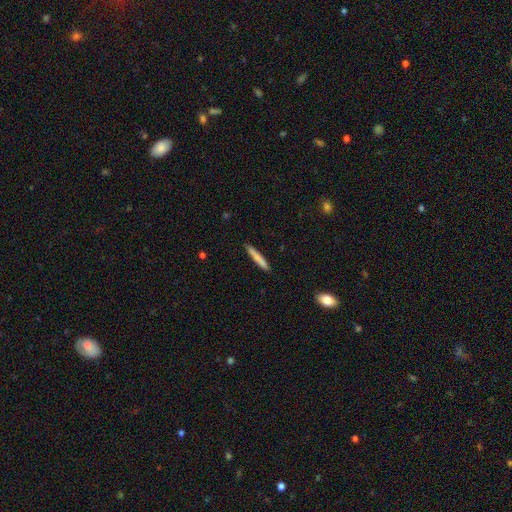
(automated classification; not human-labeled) Overall: smooth (74%). How rounded: cigar-shaped (96%). Merging: none (91%).